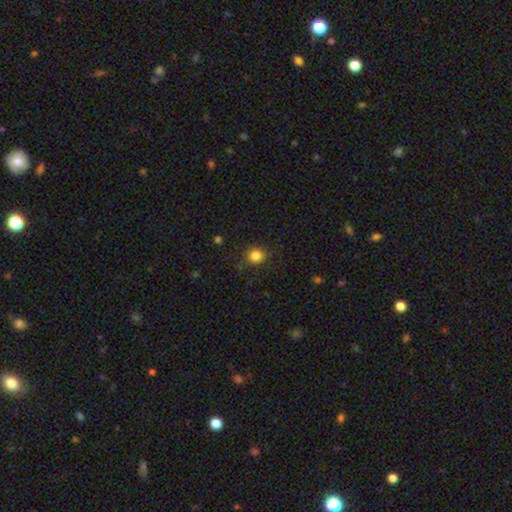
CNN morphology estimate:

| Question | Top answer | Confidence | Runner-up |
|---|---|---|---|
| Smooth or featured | smooth | 83% | star or artifact (12%) |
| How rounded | round | 88% | in between (11%) |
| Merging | none | 83% | minor disturbance (12%) |